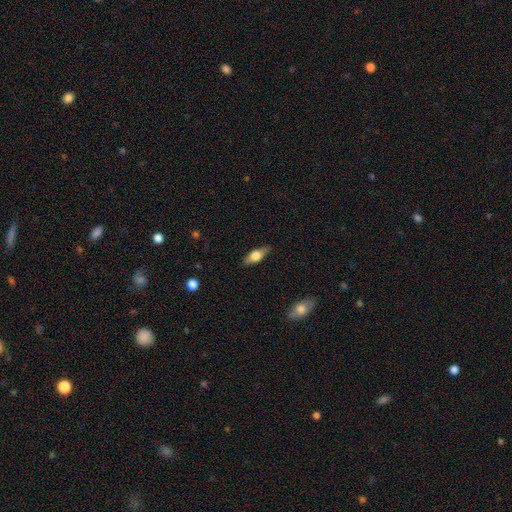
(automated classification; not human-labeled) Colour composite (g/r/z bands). It shows a smooth galaxy with no disk features (61%) that is in between round and cigar-shaped (72%). Merging: none (85%).